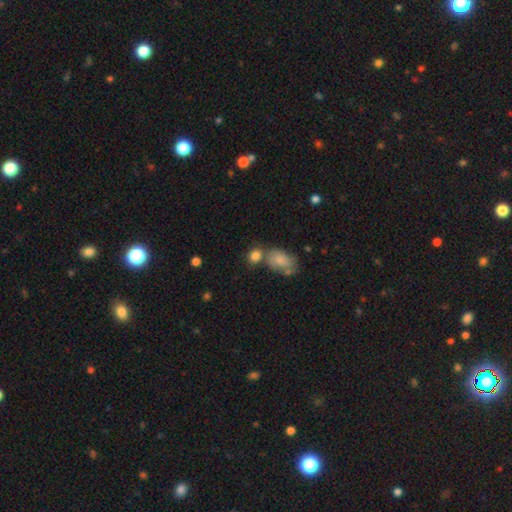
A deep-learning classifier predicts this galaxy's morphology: Q: Smooth or featured?
A: smooth (83%); runner-up: star or artifact (10%)
Q: How rounded?
A: in between (51%); runner-up: round (47%)
Q: Merging?
A: none (51%); runner-up: merger (31%)